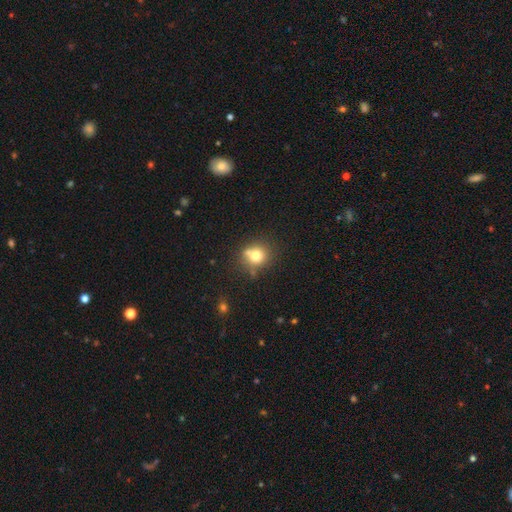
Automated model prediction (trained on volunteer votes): Smooth or featured? smooth (73%)
How rounded? round (81%)
Merging? none (57%)